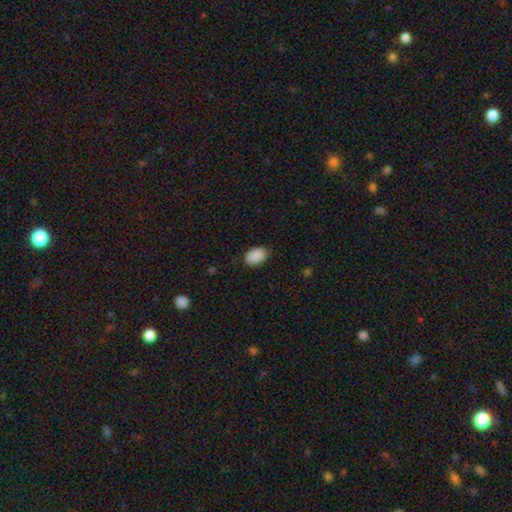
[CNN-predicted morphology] Smooth or featured? smooth (90%)
How rounded? in between (89%)
Merging? none (78%)